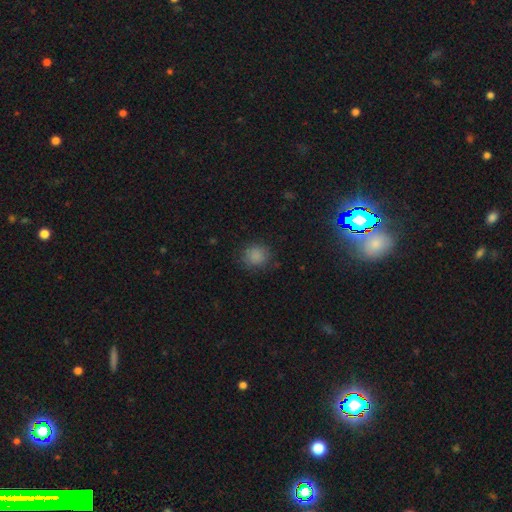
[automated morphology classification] smooth_or_featured: smooth (p=0.85) [alt: star or artifact p=0.11]
how_rounded: round (p=0.82) [alt: in between p=0.17]
merging: none (p=0.83) [alt: minor disturbance p=0.12]